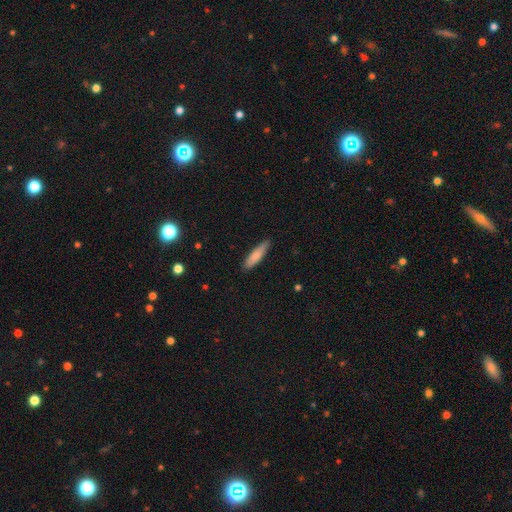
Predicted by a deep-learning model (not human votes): A smooth galaxy with no disk features (79%) that is cigar-shaped (77%). Merging: none (88%).